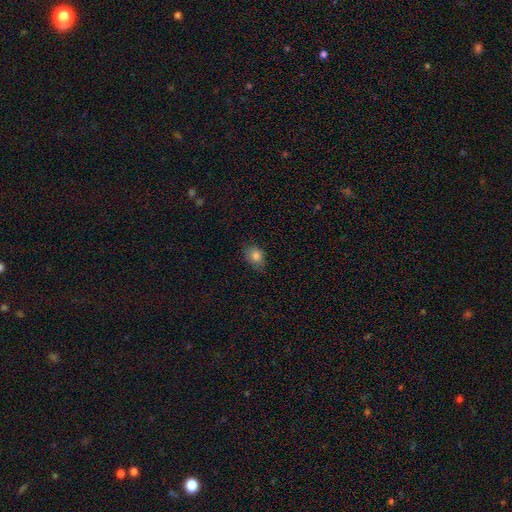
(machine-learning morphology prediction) A smooth galaxy with no disk features (81%) that is in between round and cigar-shaped (65%).

Vote fractions:
- Smooth or featured? smooth: 81% / star or artifact: 11% / featured or disk: 8%
- How rounded? in between: 65% / round: 34% / cigar-shaped: 1%
- Merging? none: 76% / minor disturbance: 19% / major disturbance: 3% / merger: 1%